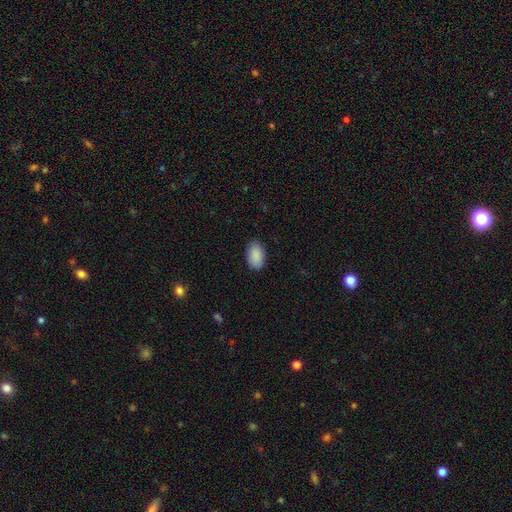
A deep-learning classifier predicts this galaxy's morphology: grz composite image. It shows a smooth galaxy with no disk features (91%) that is in between round and cigar-shaped (94%). Merging: none (85%).